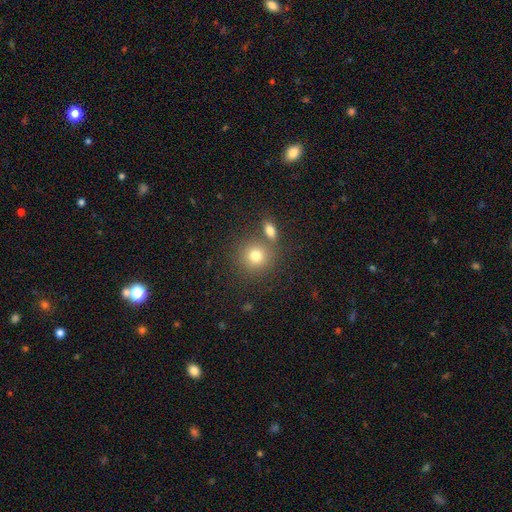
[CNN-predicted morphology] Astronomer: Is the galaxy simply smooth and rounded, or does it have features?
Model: smooth — 78%.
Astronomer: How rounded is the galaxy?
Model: round — 87%.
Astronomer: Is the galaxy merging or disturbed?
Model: none — 67%.